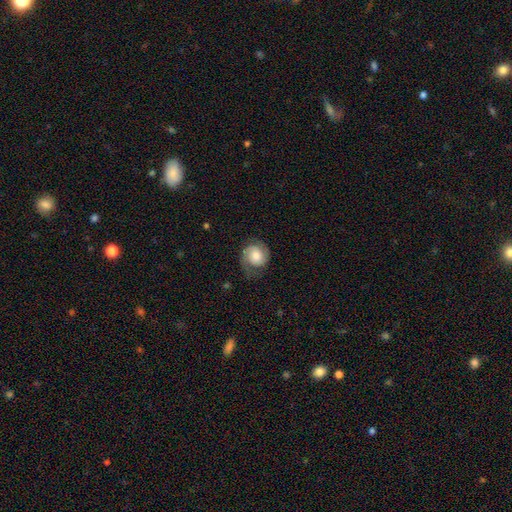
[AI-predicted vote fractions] This appears to be a featured or disk galaxy (60%) with no bar (70%), 2 (70%) tight (46%) spiral arms (92%) and a moderate central bulge (40%). Merging: none (63%).